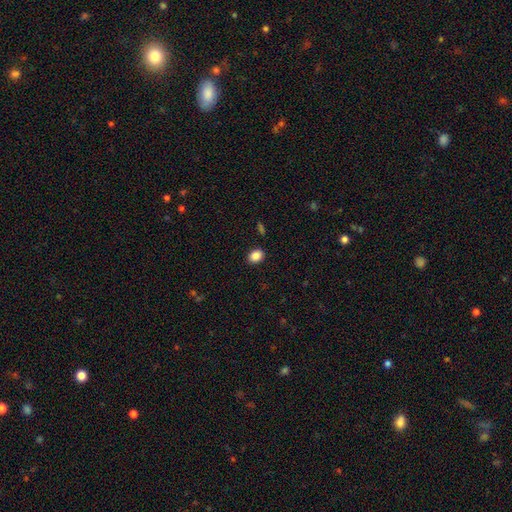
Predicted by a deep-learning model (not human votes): This appears to be a smooth galaxy with no disk features (87%) that is in between round and cigar-shaped (63%). Merging: none (89%).